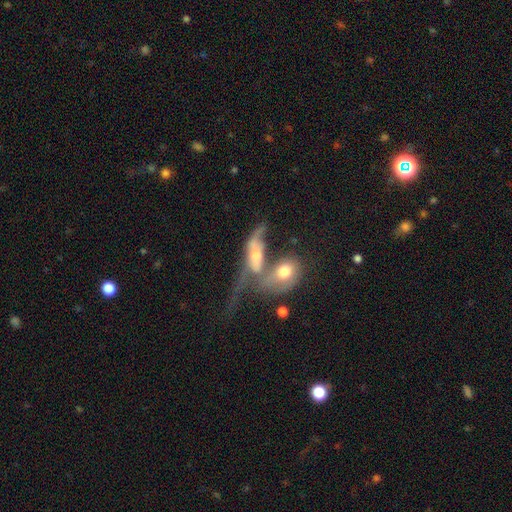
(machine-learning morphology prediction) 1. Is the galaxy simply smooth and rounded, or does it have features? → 51% featured or disk, 40% smooth, 9% star or artifact.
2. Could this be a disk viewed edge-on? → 79% no, 21% yes.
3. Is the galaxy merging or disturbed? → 67% merger, 18% major disturbance, 9% none, 6% minor disturbance.